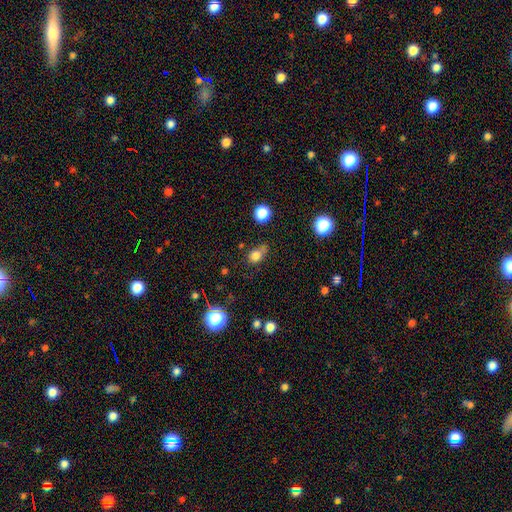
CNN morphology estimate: This is likely a smooth galaxy (78%). How rounded: possibly round (58%). Merging: possibly none (51%).